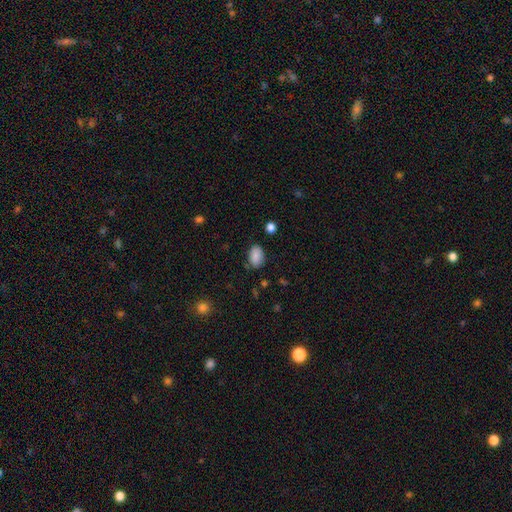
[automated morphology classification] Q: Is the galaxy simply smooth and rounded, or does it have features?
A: smooth — 87%.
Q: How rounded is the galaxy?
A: in between — 88%.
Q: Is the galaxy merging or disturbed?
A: none — 78%.